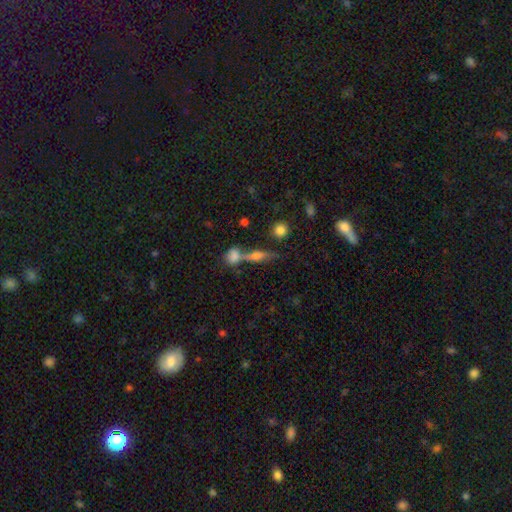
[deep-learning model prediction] This is marginally a smooth galaxy (44%). Merging: possibly none (53%).